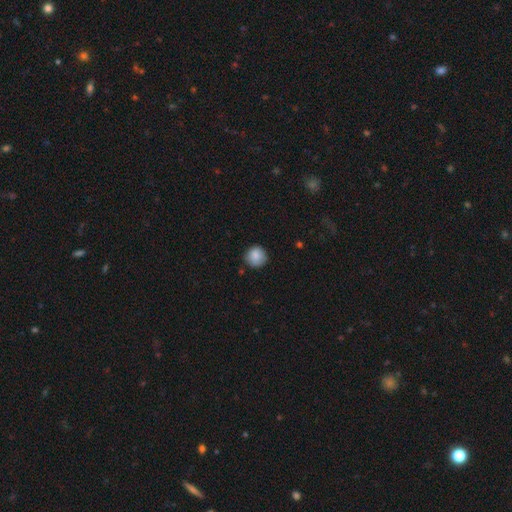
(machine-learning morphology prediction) Smooth or featured? Predicted: smooth (p=0.86). How rounded? Predicted: round (p=0.92). Merging? Predicted: none (p=0.82).